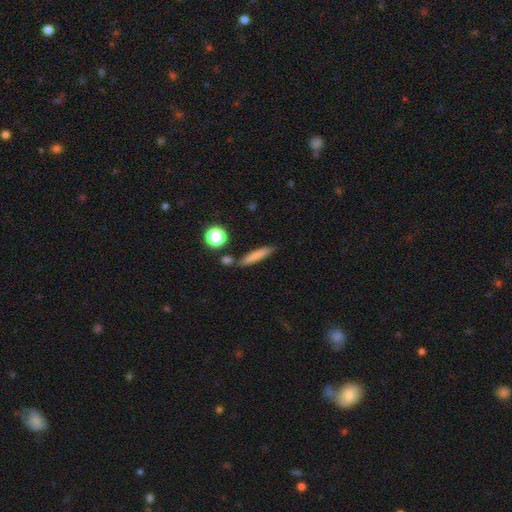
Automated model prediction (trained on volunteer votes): smooth 76%, featured or disk 15%, star or artifact 9%. Down the decision tree: how rounded — cigar-shaped (86%); merging — none (79%).